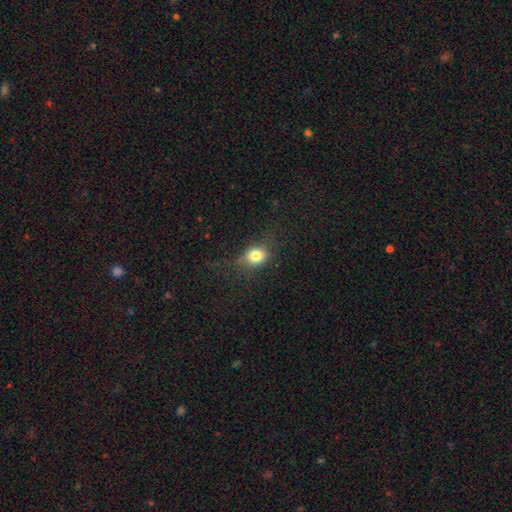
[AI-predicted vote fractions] smooth 76%, star or artifact 13%, featured or disk 10%. Down the decision tree: how rounded — round (68%); merging — none (68%).